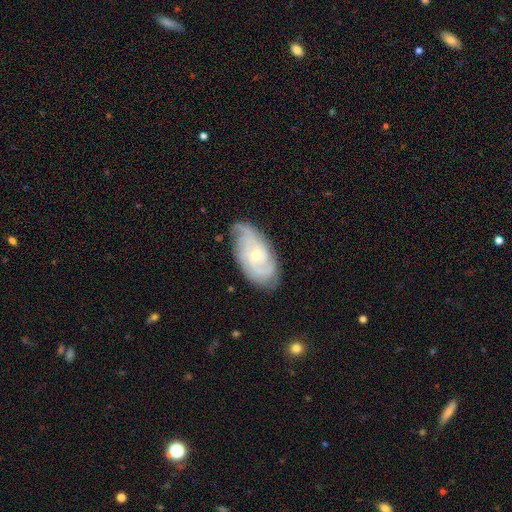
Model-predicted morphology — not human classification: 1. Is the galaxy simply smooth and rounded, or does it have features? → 85% featured or disk, 10% smooth, 6% star or artifact.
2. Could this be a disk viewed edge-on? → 95% no, 5% yes.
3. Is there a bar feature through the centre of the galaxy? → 73% no, 22% weak, 5% strong.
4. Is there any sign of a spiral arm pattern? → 96% yes, 4% no.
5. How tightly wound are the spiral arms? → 67% tight, 27% medium, 6% loose.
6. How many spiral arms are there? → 30% 3, 25% can't tell, 19% 2, 15% 4, 5% more than 4, 5% 1.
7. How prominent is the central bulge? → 57% small, 40% moderate, 1% large, 1% none, 1% dominant.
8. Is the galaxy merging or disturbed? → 76% none, 19% minor disturbance, 5% major disturbance, 1% merger.